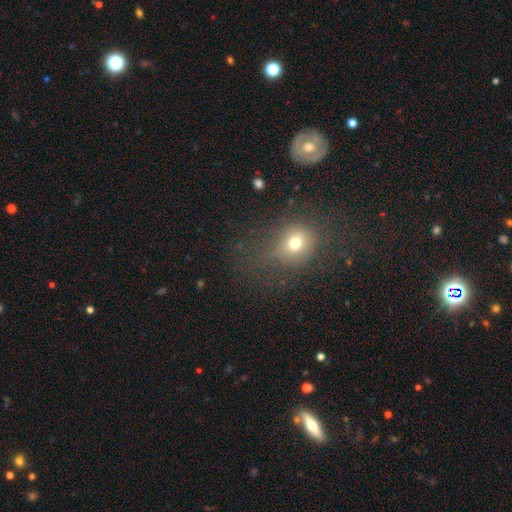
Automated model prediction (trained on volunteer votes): Smooth or featured: smooth — 53% (star or artifact — 30%)
How rounded: round — 55% (in between — 43%)
Merging: none — 61% (minor disturbance — 18%)